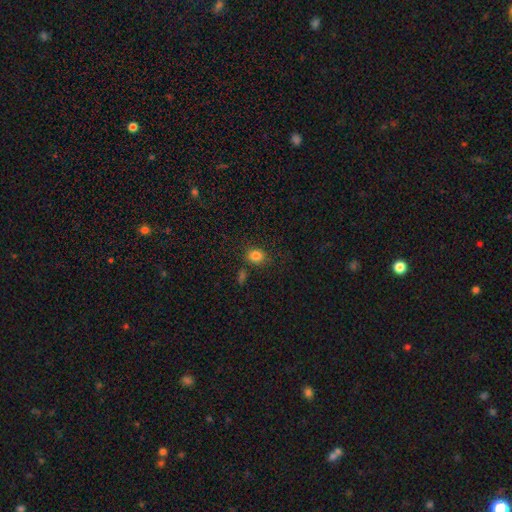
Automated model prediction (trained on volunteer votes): Overall: smooth (83%). How rounded: round (62%; in between 37%). Merging: none (78%).